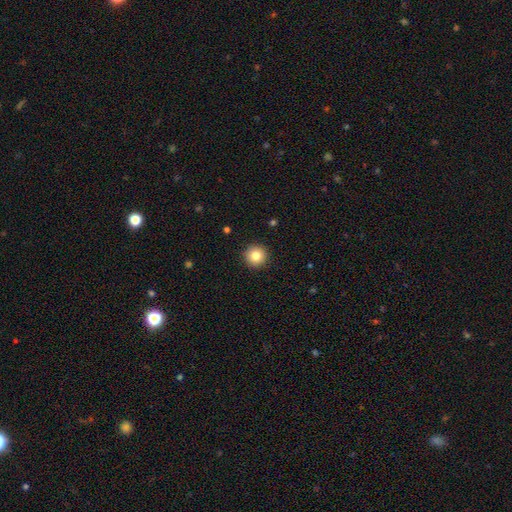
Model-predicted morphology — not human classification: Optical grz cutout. It shows a smooth galaxy with no disk features (82%) that is round (96%). Merging: none (93%).